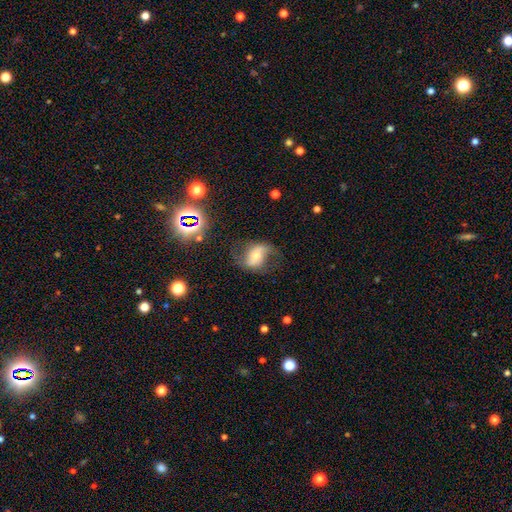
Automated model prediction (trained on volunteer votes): This appears to be a featured or disk galaxy (62%) with no bar (37%), spiral arms (84%) and a moderate central bulge (53%). Merging: none (57%).